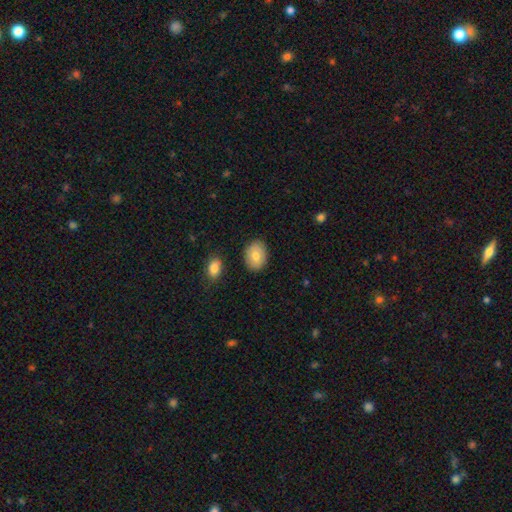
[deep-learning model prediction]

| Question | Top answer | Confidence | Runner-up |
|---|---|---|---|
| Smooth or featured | smooth | 81% | featured or disk (12%) |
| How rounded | in between | 78% | round (21%) |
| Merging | none | 86% | minor disturbance (10%) |